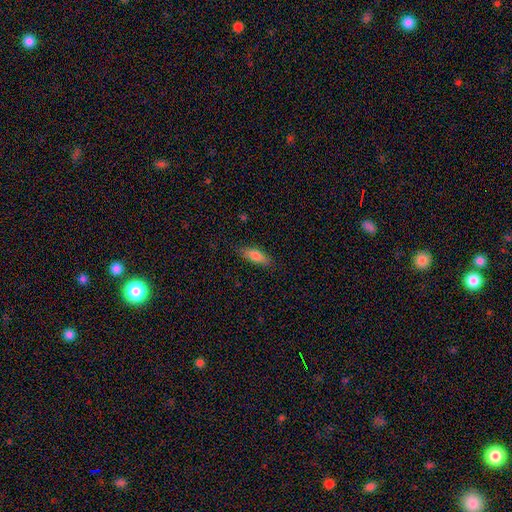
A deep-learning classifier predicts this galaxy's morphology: Q: Smooth or featured?
A: smooth (79%); runner-up: featured or disk (15%)
Q: How rounded?
A: in between (66%); runner-up: cigar-shaped (32%)
Q: Merging?
A: none (84%); runner-up: minor disturbance (12%)